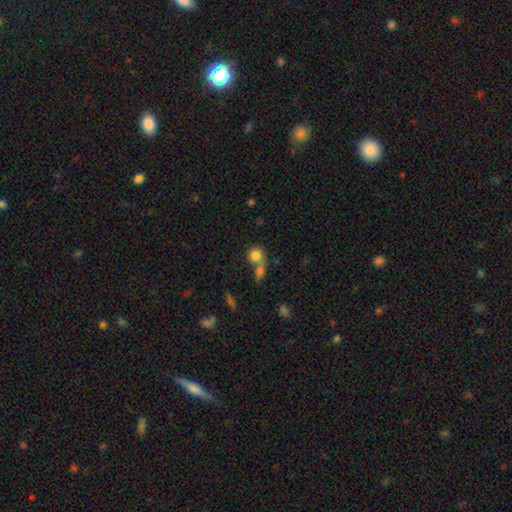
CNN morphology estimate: Q: Smooth or featured?
A: smooth (81%); runner-up: featured or disk (10%)
Q: How rounded?
A: round (75%); runner-up: in between (23%)
Q: Merging?
A: merger (53%); runner-up: none (33%)